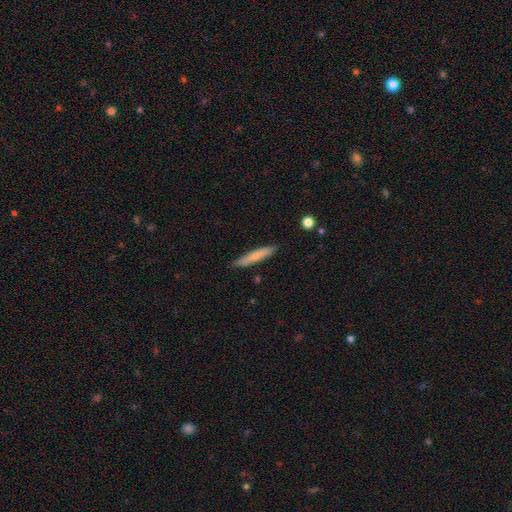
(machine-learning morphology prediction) type=smooth (71%); roundness=cigar-shaped (93%); merging=none (87%).